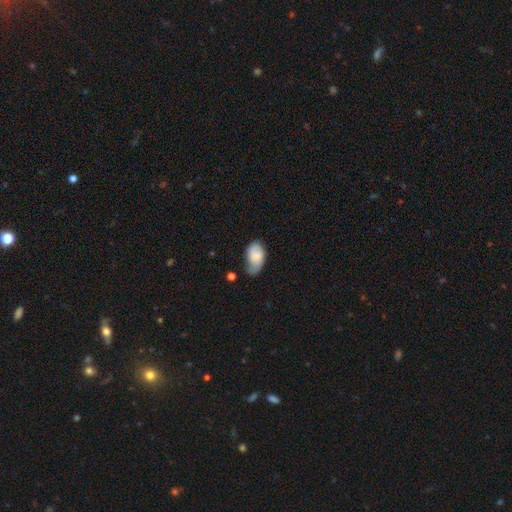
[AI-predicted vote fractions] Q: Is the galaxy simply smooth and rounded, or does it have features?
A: smooth — 65%.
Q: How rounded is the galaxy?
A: in between — 92%.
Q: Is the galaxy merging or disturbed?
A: minor disturbance — 43%.